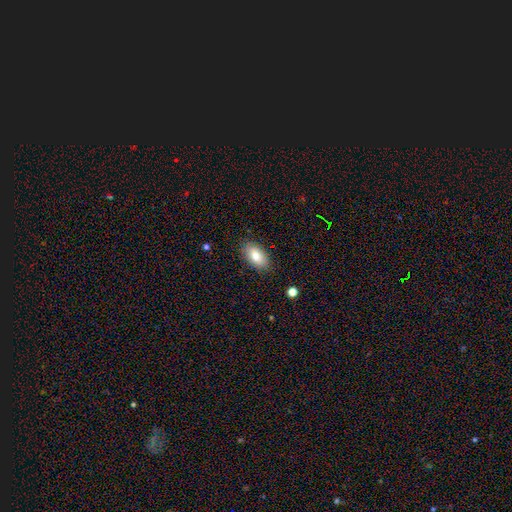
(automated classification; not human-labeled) Overall: smooth (81%). How rounded: in between (93%). Merging: none (86%).